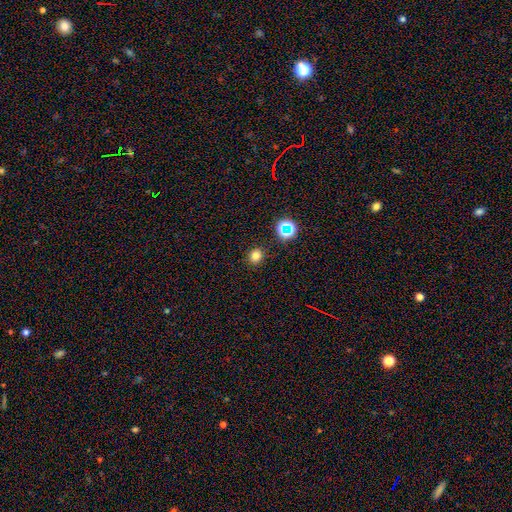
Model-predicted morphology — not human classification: A smooth galaxy with no disk features (77%) that is round (75%).

Vote fractions:
- Smooth or featured? smooth: 77% / star or artifact: 17% / featured or disk: 6%
- How rounded? round: 75% / in between: 24% / cigar-shaped: 1%
- Merging? none: 89% / minor disturbance: 7% / major disturbance: 2% / merger: 2%